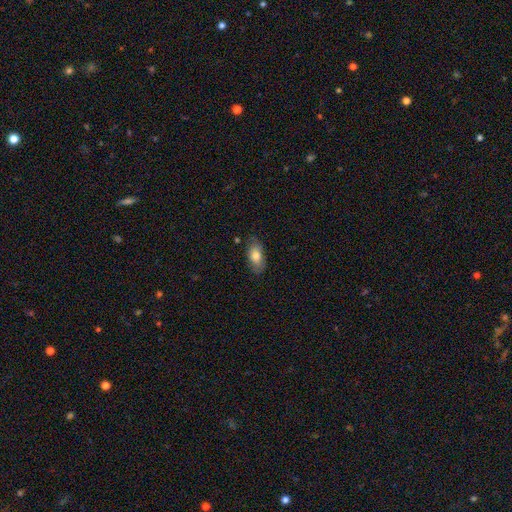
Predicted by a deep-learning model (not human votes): A smooth galaxy with no disk features (77%) that is in between round and cigar-shaped (90%). Merging: none (81%).